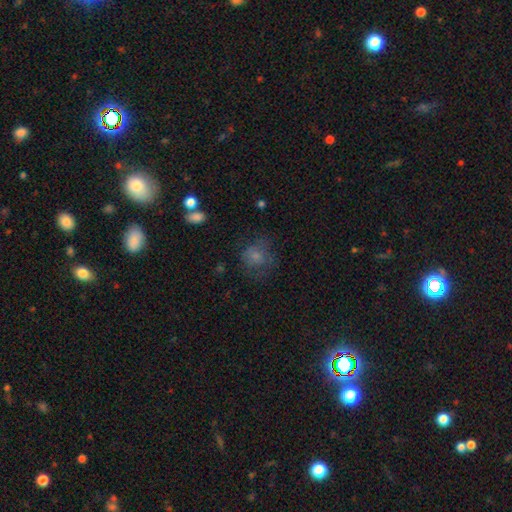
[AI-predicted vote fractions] Morphology: type=smooth (68%); roundness=round (76%); merging=none (53%).